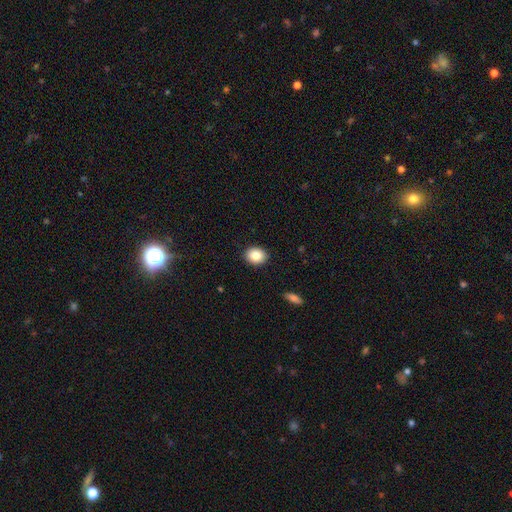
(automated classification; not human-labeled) This appears to be a smooth galaxy with no disk features (85%) that is in between round and cigar-shaped (51%). Merging: none (91%).